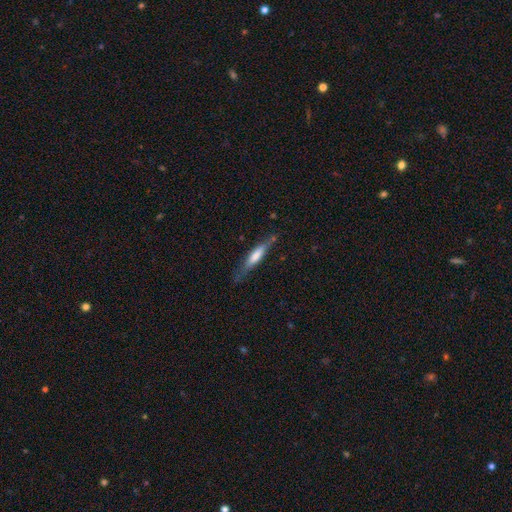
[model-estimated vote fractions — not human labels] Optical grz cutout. It shows a smooth galaxy with no disk features (52%) that is cigar-shaped (85%). Merging: none (72%).